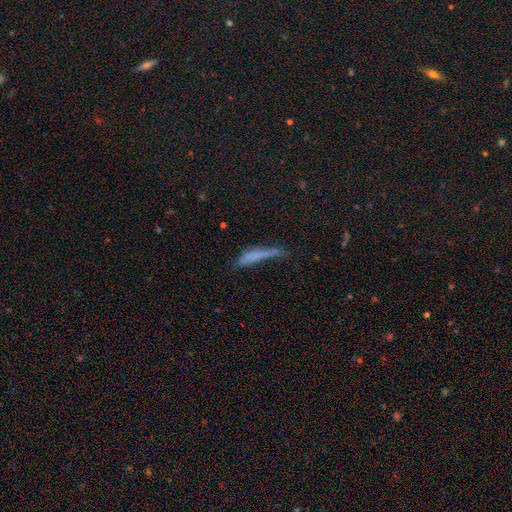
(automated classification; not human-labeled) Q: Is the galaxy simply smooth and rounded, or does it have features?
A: smooth — 64%.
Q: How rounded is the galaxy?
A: cigar-shaped — 84%.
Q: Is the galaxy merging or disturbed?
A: none — 40%.